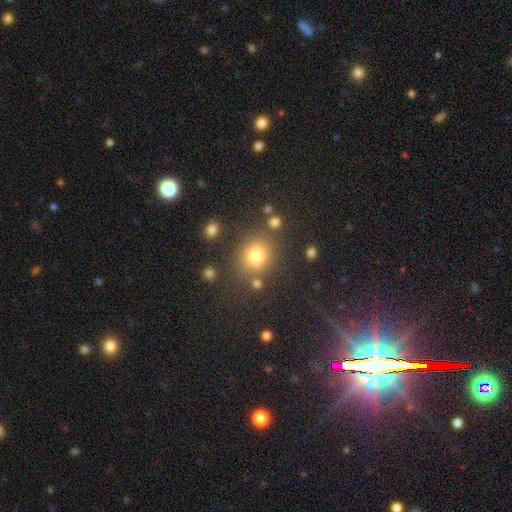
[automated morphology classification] smooth_or_featured: smooth (p=0.76) [alt: star or artifact p=0.16]
how_rounded: round (p=0.75) [alt: in between p=0.24]
merging: none (p=0.77) [alt: minor disturbance p=0.11]